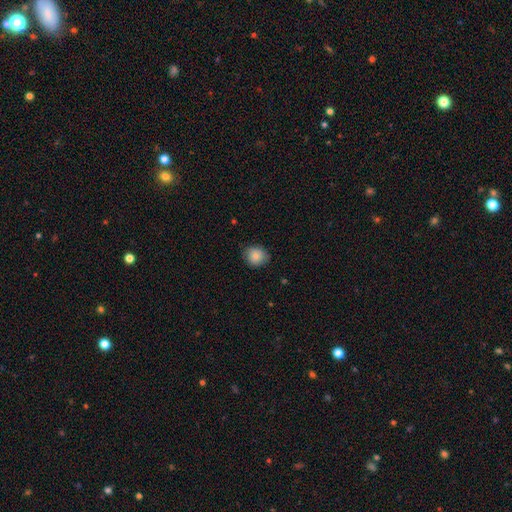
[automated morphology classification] A smooth galaxy with no disk features (84%) that is round (78%). Merging: none (81%).